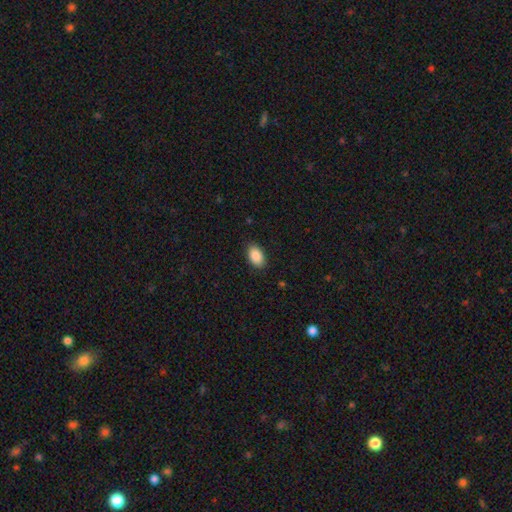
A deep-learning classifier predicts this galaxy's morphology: Smooth or featured: smooth — 89% (star or artifact — 7%)
How rounded: in between — 92% (round — 6%)
Merging: none — 88% (minor disturbance — 9%)